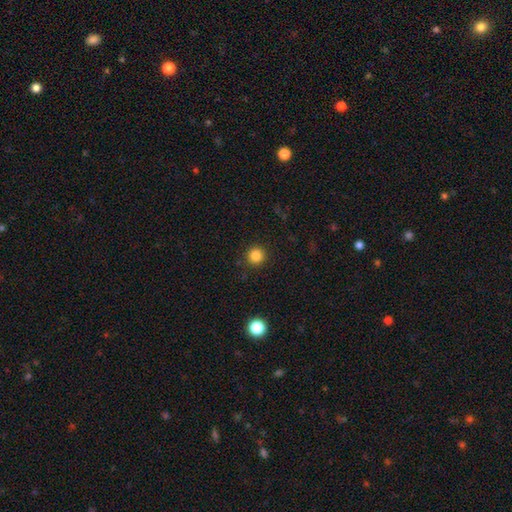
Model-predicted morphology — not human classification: Smooth or featured?
  - smooth: 83% *
  - star or artifact: 12%
  - featured or disk: 4%
How rounded?
  - round: 95% *
  - in between: 4%
  - cigar-shaped: 1%
Merging?
  - none: 91% *
  - minor disturbance: 6%
  - major disturbance: 2%
  - merger: 1%